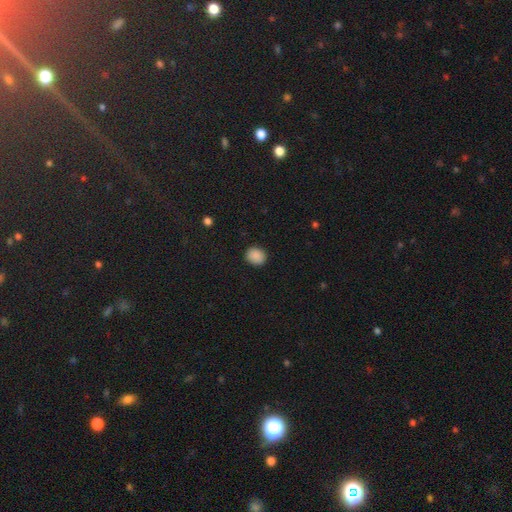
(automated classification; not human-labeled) Q: Smooth or featured?
A: smooth (89%); runner-up: star or artifact (9%)
Q: How rounded?
A: round (67%); runner-up: in between (32%)
Q: Merging?
A: none (89%); runner-up: minor disturbance (8%)